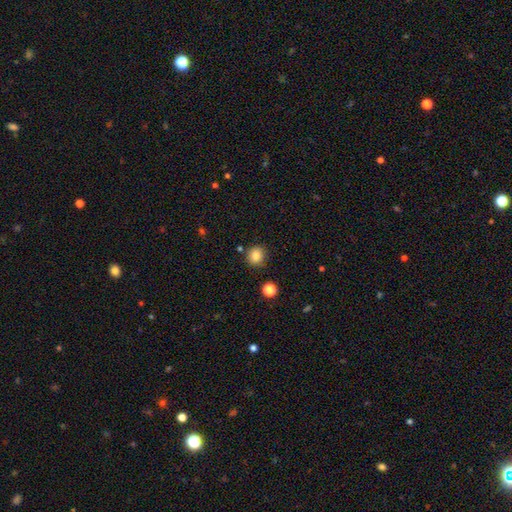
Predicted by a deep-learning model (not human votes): This appears to be a smooth galaxy with no disk features (85%) that is round (87%). Merging: none (84%).